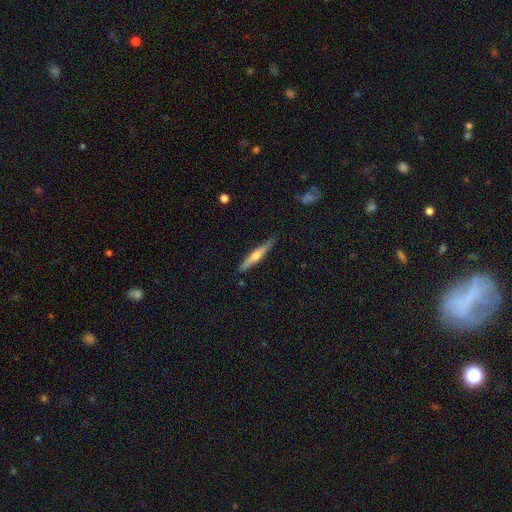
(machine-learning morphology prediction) featured or disk 48%, smooth 46%, star or artifact 5%. Down the decision tree: merging — none (87%).